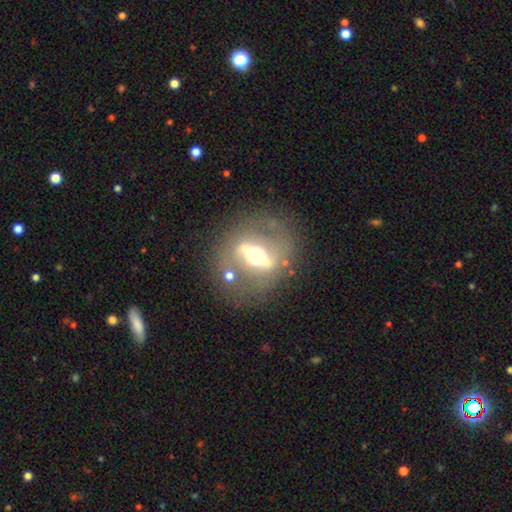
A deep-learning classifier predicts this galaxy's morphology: This appears to be a featured or disk galaxy (79%). Merging: none (73%).